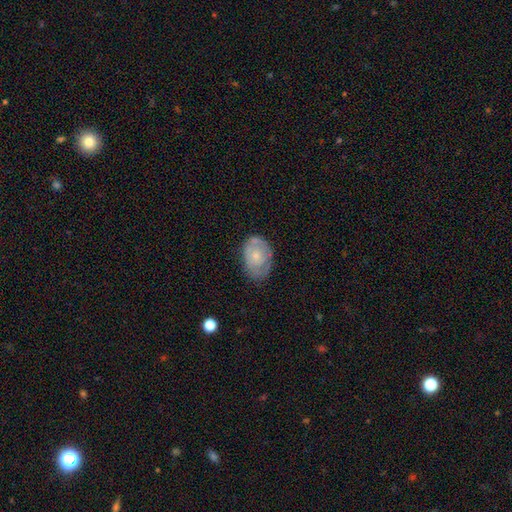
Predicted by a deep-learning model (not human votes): smooth 48%, featured or disk 45%, star or artifact 6%. Down the decision tree: merging — none (61%).